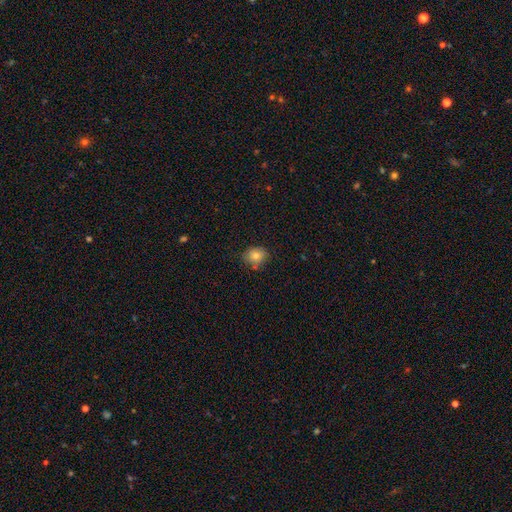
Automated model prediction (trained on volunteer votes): A smooth galaxy with no disk features (79%) that is round (59%).

Vote fractions:
- Smooth or featured? smooth: 79% / star or artifact: 11% / featured or disk: 10%
- How rounded? round: 59% / in between: 40% / cigar-shaped: 1%
- Merging? none: 73% / minor disturbance: 18% / merger: 5% / major disturbance: 3%